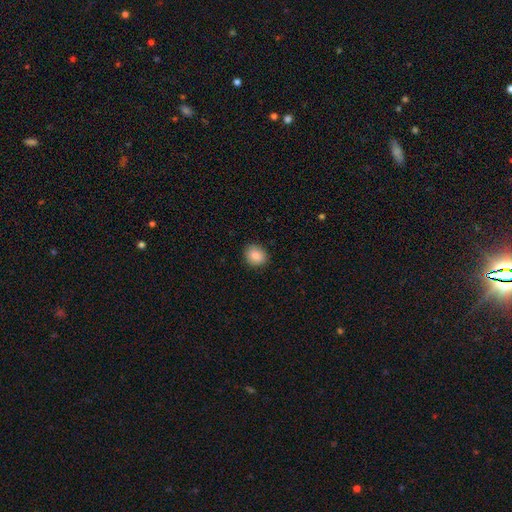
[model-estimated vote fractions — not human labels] smooth_or_featured: smooth (p=0.84) [alt: star or artifact p=0.09]
how_rounded: round (p=0.75) [alt: in between p=0.24]
merging: none (p=0.89) [alt: minor disturbance p=0.08]